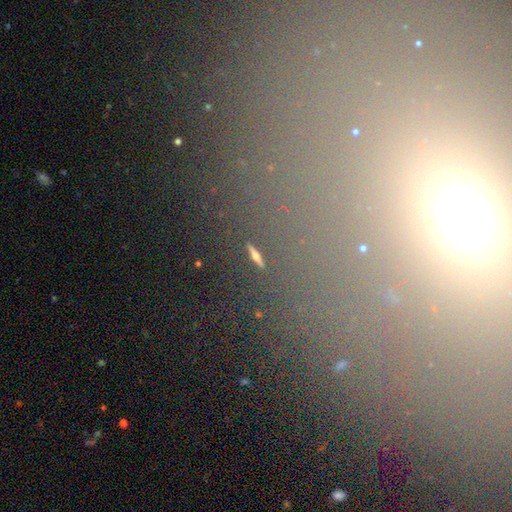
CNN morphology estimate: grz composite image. It shows a featured or disk galaxy (40%). Merging: none (88%).